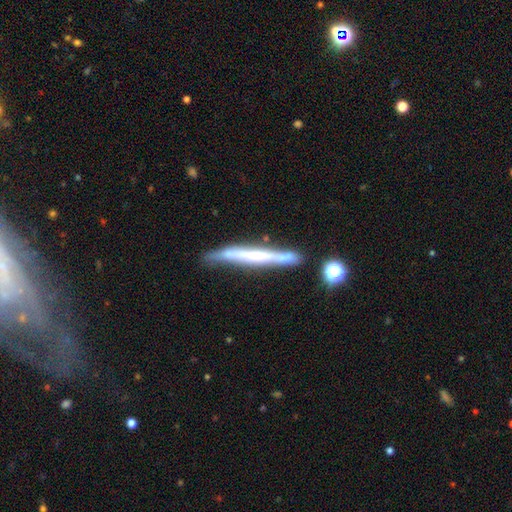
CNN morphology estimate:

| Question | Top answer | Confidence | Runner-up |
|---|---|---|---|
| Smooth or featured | featured or disk | 65% | smooth (29%) |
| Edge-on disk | yes | 91% | no (9%) |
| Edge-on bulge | none | 51% | rounded (33%) |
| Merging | none | 72% | minor disturbance (19%) |